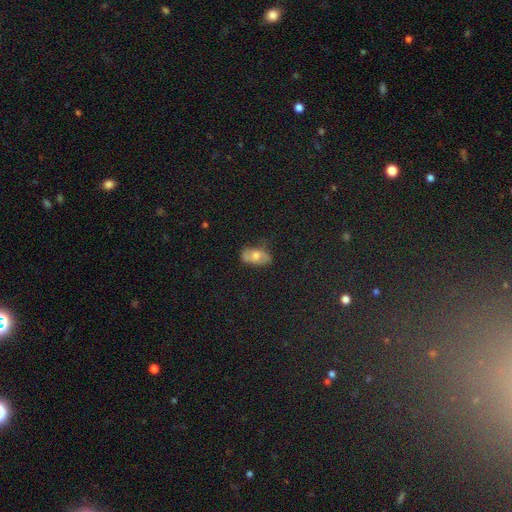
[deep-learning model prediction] smooth-or-featured: smooth: 49% | featured or disk: 36% | star or artifact: 14%
  merging: none: 62% | minor disturbance: 25% | major disturbance: 9% | merger: 3%